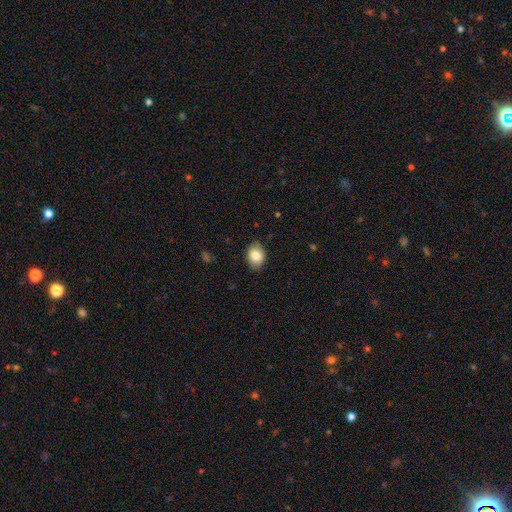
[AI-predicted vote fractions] This appears to be a smooth galaxy with no disk features (83%) that is in between round and cigar-shaped (69%). Merging: none (85%).